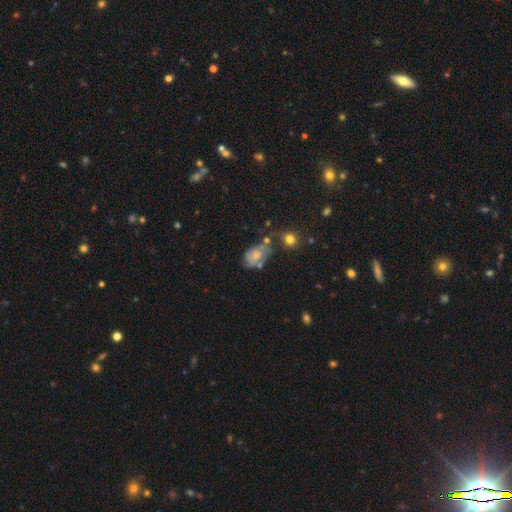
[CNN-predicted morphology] Smooth or featured?
  - smooth: 46% *
  - featured or disk: 44%
  - star or artifact: 10%
Merging?
  - none: 38% *
  - minor disturbance: 29%
  - major disturbance: 17%
  - merger: 15%